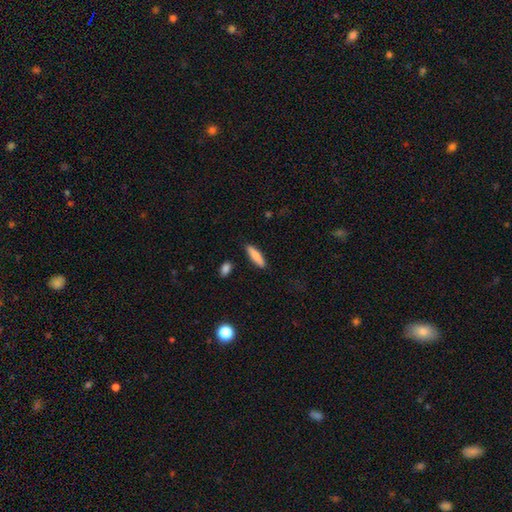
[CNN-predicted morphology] Smooth or featured: smooth — 82% (featured or disk — 12%)
How rounded: cigar-shaped — 71% (in between — 28%)
Merging: none — 88% (minor disturbance — 8%)